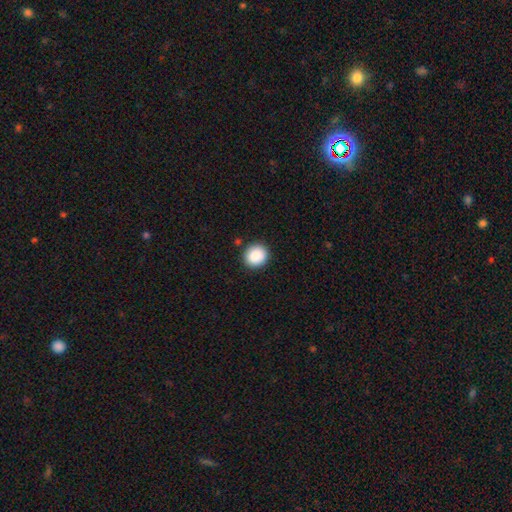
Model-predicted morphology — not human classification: Q: Smooth or featured?
A: smooth (88%); runner-up: star or artifact (8%)
Q: How rounded?
A: round (88%); runner-up: in between (11%)
Q: Merging?
A: none (89%); runner-up: minor disturbance (7%)